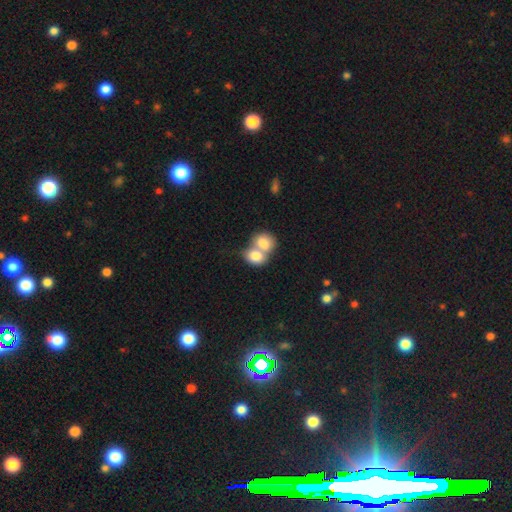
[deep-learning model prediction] Smooth or featured: smooth — 78% (featured or disk — 15%)
How rounded: in between — 55% (round — 44%)
Merging: merger — 74% (none — 18%)